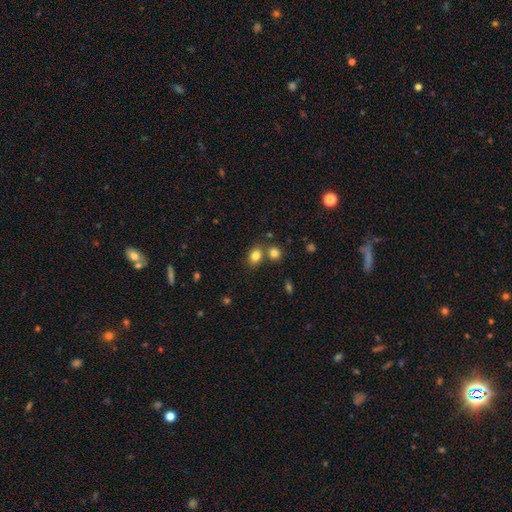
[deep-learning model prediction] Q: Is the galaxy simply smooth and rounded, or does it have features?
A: smooth — 81%.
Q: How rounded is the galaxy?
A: in between — 58%.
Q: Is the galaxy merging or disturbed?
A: none — 61%.